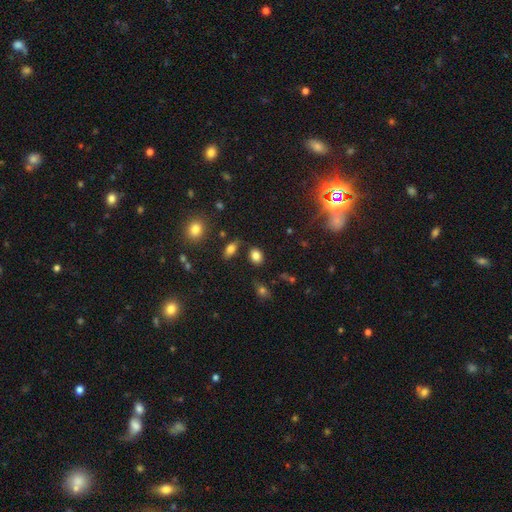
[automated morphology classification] This is clearly a smooth galaxy (81%). How rounded: likely in between (68%). Merging: likely none (76%).